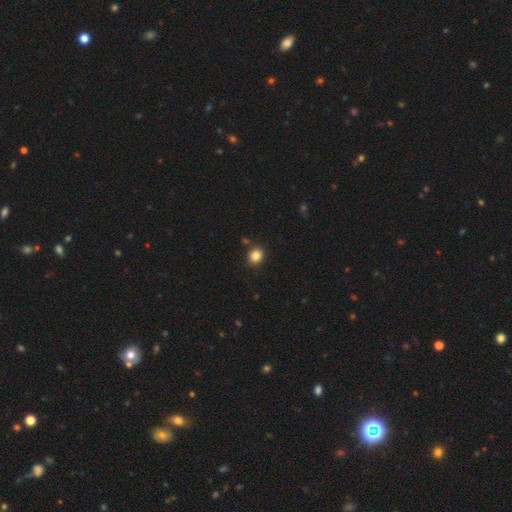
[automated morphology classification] Smooth or featured?
  - smooth: 86% *
  - star or artifact: 10%
  - featured or disk: 4%
How rounded?
  - round: 73% *
  - in between: 26%
  - cigar-shaped: 1%
Merging?
  - none: 86% *
  - minor disturbance: 8%
  - merger: 4%
  - major disturbance: 2%